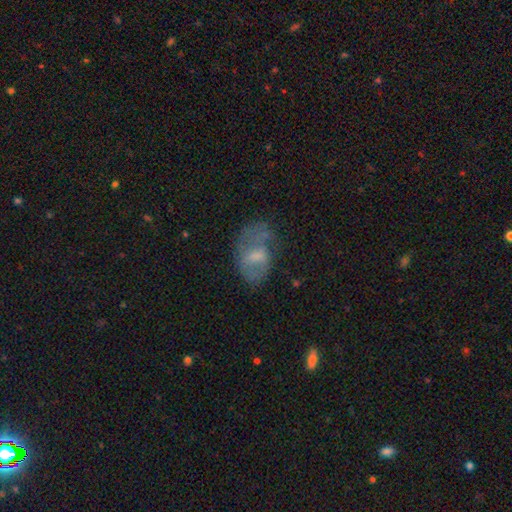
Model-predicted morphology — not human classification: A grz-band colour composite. It shows a featured or disk galaxy (49%). Merging: none (42%).